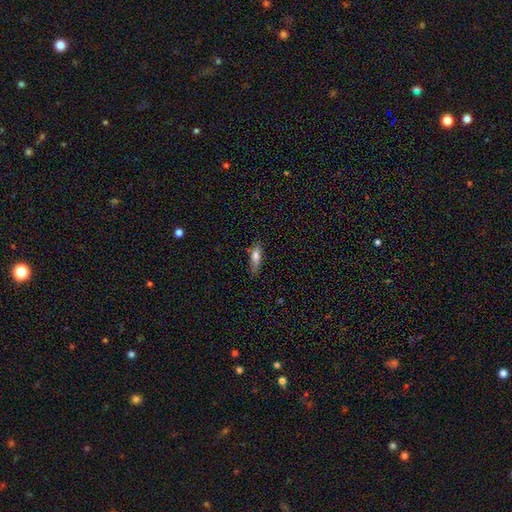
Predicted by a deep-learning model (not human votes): This appears to be a smooth galaxy with no disk features (72%) that is cigar-shaped (49%). Merging: none (65%).